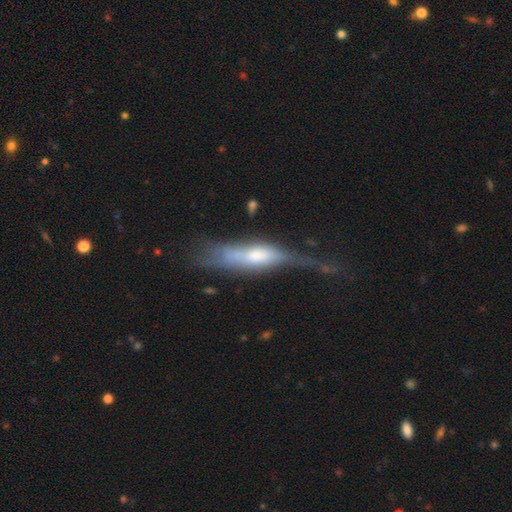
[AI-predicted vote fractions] Morphology: type=featured or disk (48%); merging=major disturbance (36%).